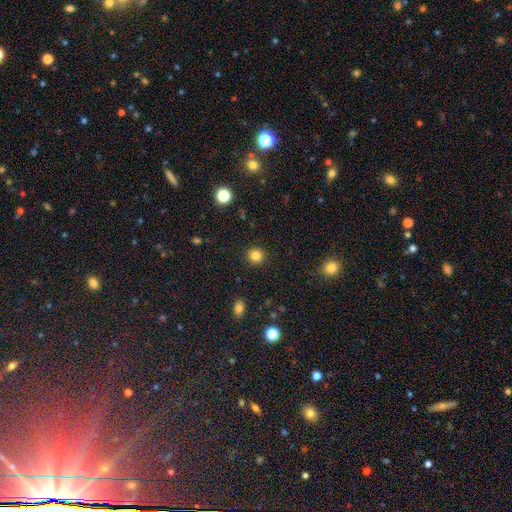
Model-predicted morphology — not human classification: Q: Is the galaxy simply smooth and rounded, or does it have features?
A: smooth — 83%.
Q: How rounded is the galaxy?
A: round — 93%.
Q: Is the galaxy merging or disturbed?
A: none — 92%.